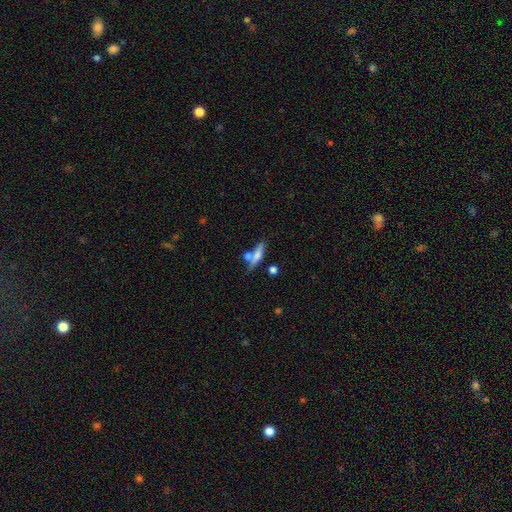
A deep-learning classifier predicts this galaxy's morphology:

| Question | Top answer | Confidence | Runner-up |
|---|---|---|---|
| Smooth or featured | smooth | 60% | featured or disk (32%) |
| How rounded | cigar-shaped | 70% | in between (26%) |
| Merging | none | 49% | merger (31%) |